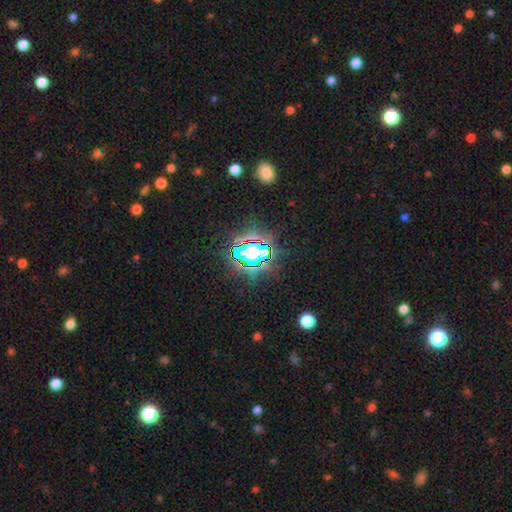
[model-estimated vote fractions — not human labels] This is likely a star or artifact rather than a galaxy (73%).